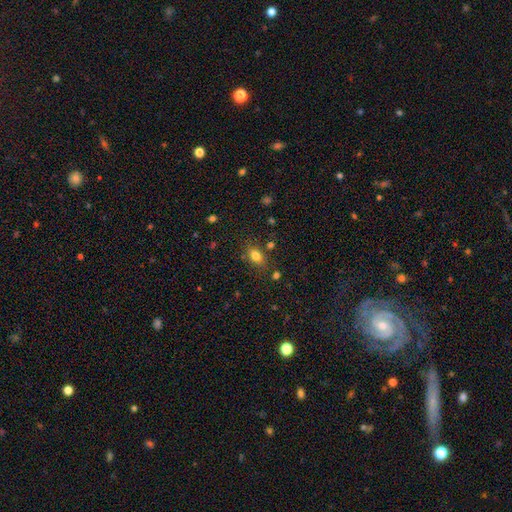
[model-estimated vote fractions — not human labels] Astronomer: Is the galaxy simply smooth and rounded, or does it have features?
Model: smooth — 78%.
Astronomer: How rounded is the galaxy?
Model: in between — 75%.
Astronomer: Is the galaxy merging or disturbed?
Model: none — 77%.